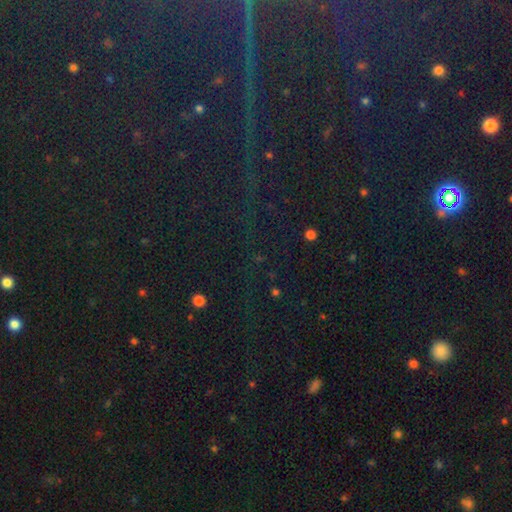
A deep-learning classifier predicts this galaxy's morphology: Smooth or featured? star or artifact (84%)